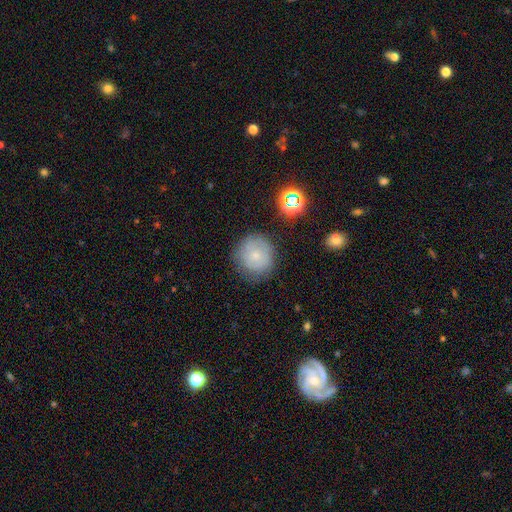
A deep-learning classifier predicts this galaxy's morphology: The model was most divided on "smooth or featured": smooth: 71%, featured or disk: 18%, star or artifact: 11%. More confident: how rounded — round (91%); merging — none (76%).